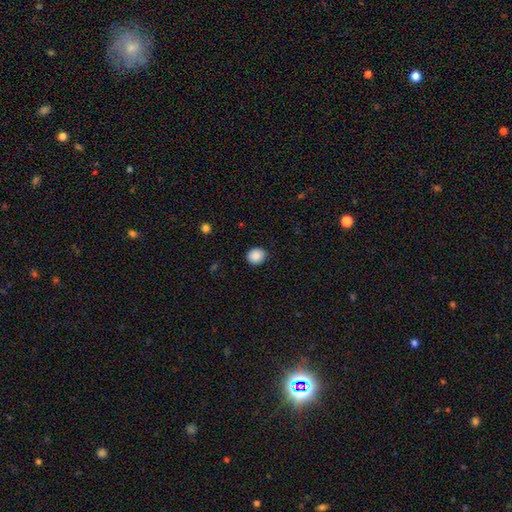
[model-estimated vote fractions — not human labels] A smooth galaxy with no disk features (89%) that is round (85%).

Vote fractions:
- Smooth or featured? smooth: 89% / star or artifact: 8% / featured or disk: 3%
- How rounded? round: 85% / in between: 14% / cigar-shaped: 1%
- Merging? none: 91% / minor disturbance: 6% / major disturbance: 2% / merger: 1%